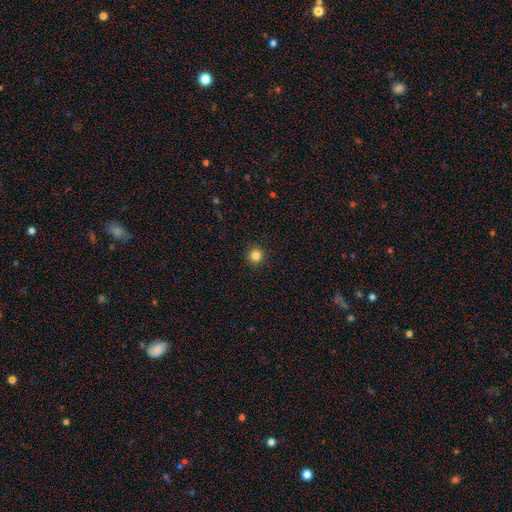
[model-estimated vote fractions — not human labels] Smooth or featured?
  - smooth: 84% *
  - star or artifact: 12%
  - featured or disk: 4%
How rounded?
  - round: 95% *
  - in between: 4%
  - cigar-shaped: 1%
Merging?
  - none: 93% *
  - minor disturbance: 4%
  - major disturbance: 2%
  - merger: 1%